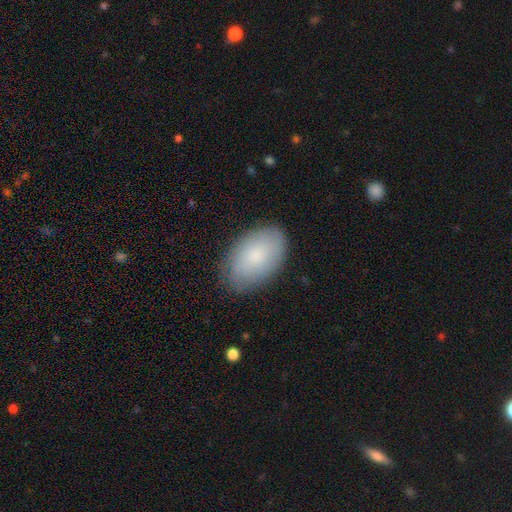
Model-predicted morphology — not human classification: Smooth or featured: smooth — 77% (featured or disk — 16%)
How rounded: in between — 93% (round — 6%)
Merging: none — 81% (minor disturbance — 14%)